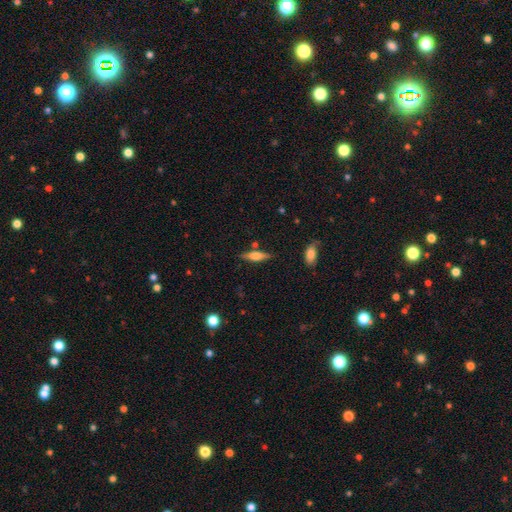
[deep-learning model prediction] Overall: smooth (56%; featured or disk 36%). How rounded: cigar-shaped (56%; in between 41%). Merging: none (78%).